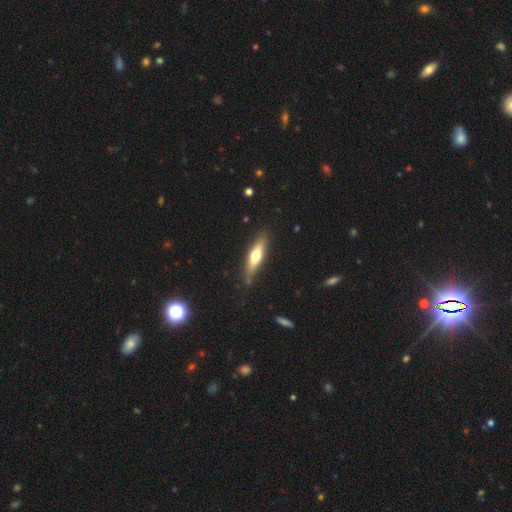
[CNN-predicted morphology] Smooth or featured? Predicted: featured or disk (p=0.50). Edge-on disk? Predicted: yes (p=0.90). Merging? Predicted: none (p=0.85).